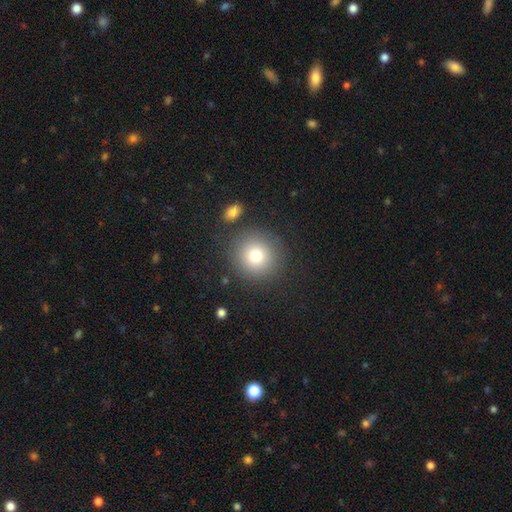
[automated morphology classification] Smooth or featured? Predicted: smooth (p=0.78). How rounded? Predicted: round (p=0.93). Merging? Predicted: none (p=0.85).